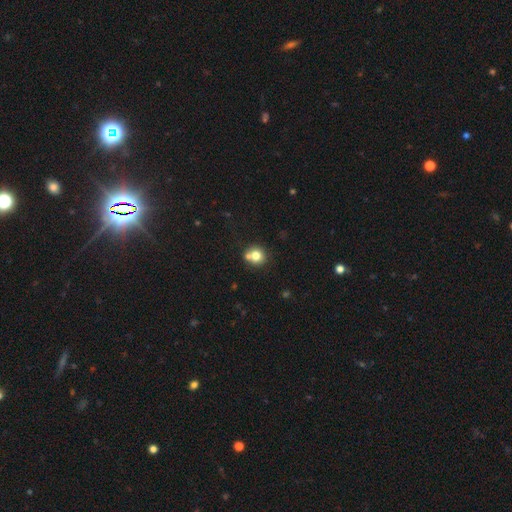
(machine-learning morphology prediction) A smooth galaxy with no disk features (76%) that is round (87%). Merging: none (58%).